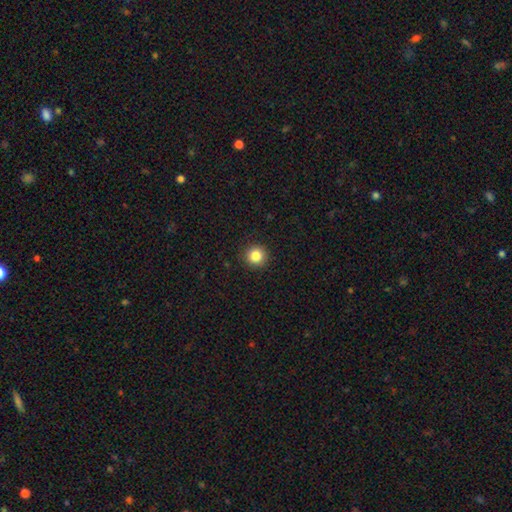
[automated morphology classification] A smooth galaxy with no disk features (84%) that is round (95%). Merging: none (93%).